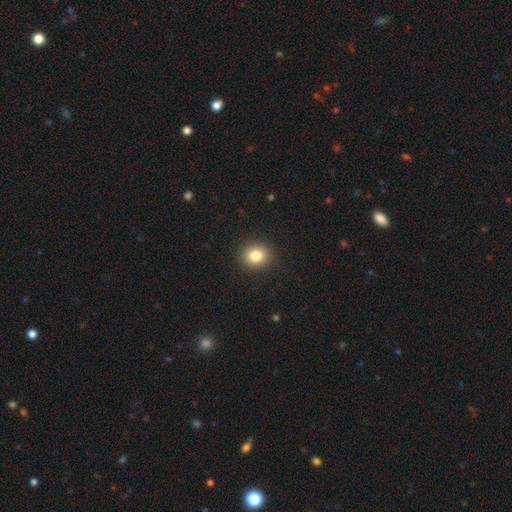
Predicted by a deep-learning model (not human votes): This appears to be a smooth galaxy with no disk features (82%) that is round (76%). Merging: none (91%).